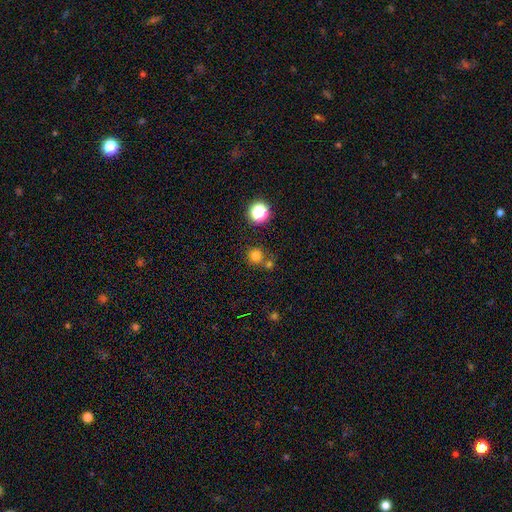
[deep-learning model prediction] This is likely a smooth galaxy (75%). How rounded: clearly round (92%). Merging: likely none (68%).